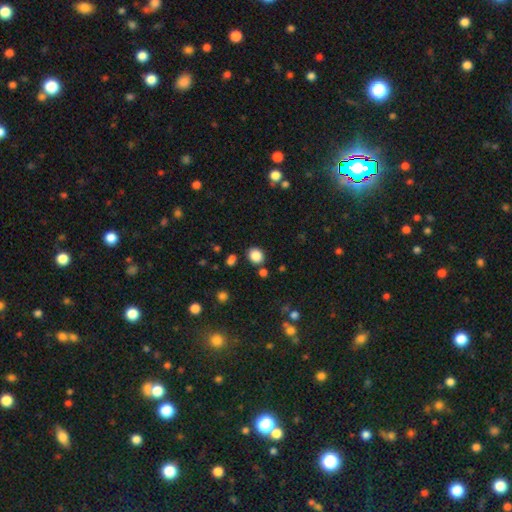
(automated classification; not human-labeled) A smooth galaxy with no disk features (85%) that is round (66%).

Vote fractions:
- Smooth or featured? smooth: 85% / star or artifact: 11% / featured or disk: 4%
- How rounded? round: 66% / in between: 33% / cigar-shaped: 1%
- Merging? none: 82% / minor disturbance: 9% / merger: 6% / major disturbance: 3%